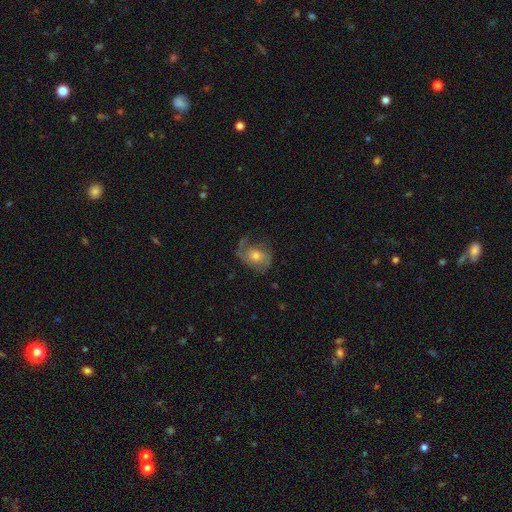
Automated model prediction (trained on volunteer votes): Q: Smooth or featured?
A: featured or disk (68%); runner-up: smooth (24%)
Q: Edge-on disk?
A: no (97%); runner-up: yes (3%)
Q: Bar?
A: no (72%); runner-up: weak (24%)
Q: Spiral arms?
A: yes (87%); runner-up: no (13%)
Q: Spiral winding?
A: medium (43%); runner-up: loose (35%)
Q: Spiral arm count?
A: 2 (60%); runner-up: 1 (19%)
Q: Bulge size?
A: moderate (60%); runner-up: small (28%)
Q: Merging?
A: none (54%); runner-up: minor disturbance (23%)